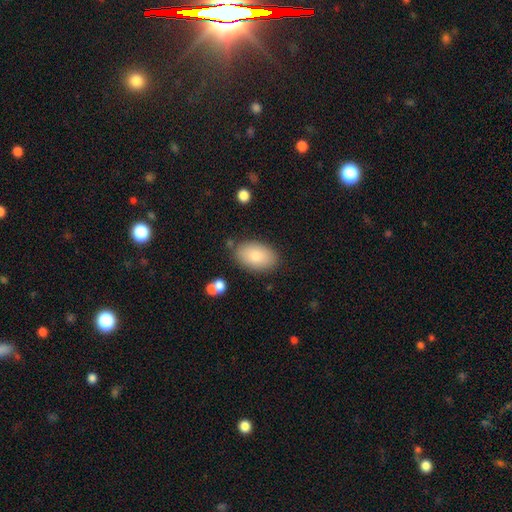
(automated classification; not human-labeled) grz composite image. It shows a smooth galaxy with no disk features (82%) that is in between round and cigar-shaped (93%). Merging: none (82%).